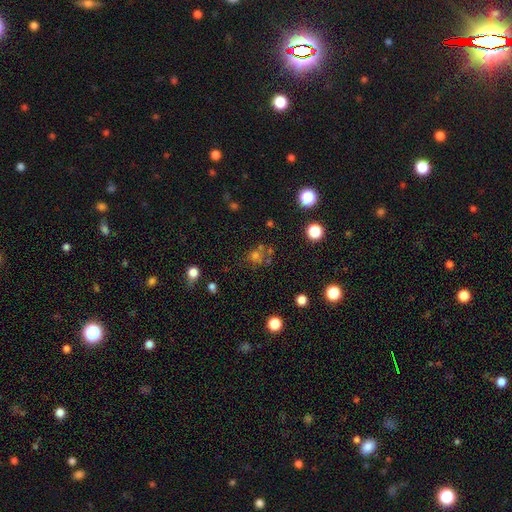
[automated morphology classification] Smooth or featured? smooth (60%)
How rounded? round (81%)
Merging? none (56%)